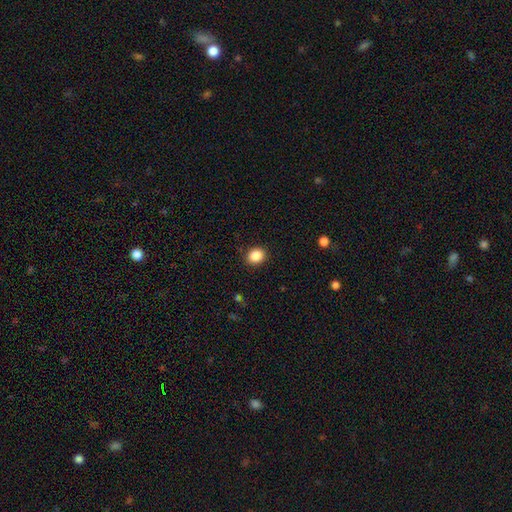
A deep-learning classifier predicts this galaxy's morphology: A smooth galaxy with no disk features (87%) that is round (60%). Merging: none (90%).